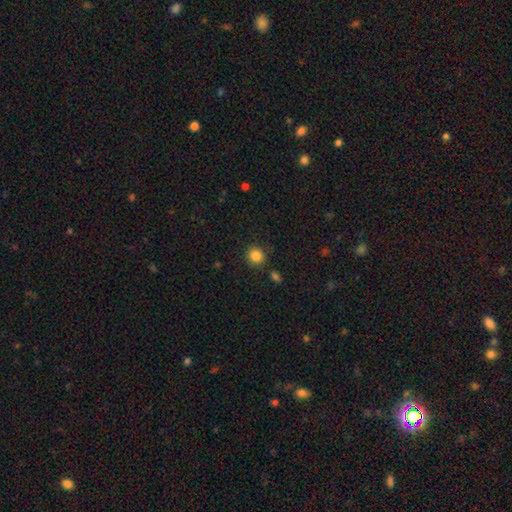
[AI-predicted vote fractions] smooth 85%, star or artifact 10%, featured or disk 4%. Down the decision tree: how rounded — round (88%); merging — none (86%).